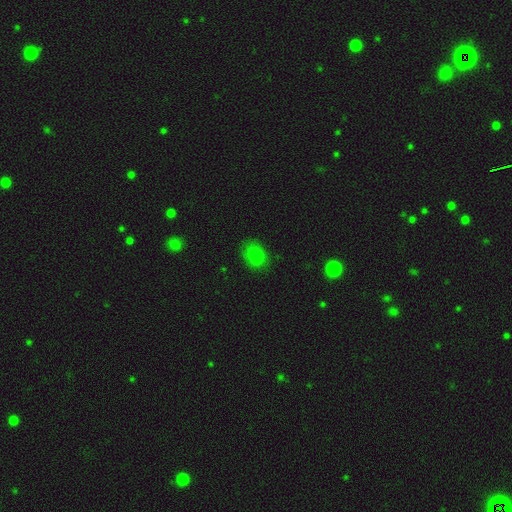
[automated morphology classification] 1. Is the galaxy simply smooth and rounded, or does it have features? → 81% smooth, 13% star or artifact, 6% featured or disk.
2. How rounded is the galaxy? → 58% in between, 41% round, 1% cigar-shaped.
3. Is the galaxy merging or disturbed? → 75% none, 19% minor disturbance, 5% major disturbance, 1% merger.